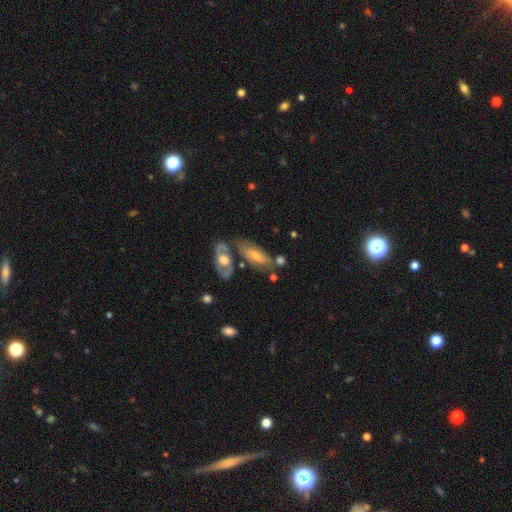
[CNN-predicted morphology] The model was most divided on "smooth or featured": featured or disk: 54%, smooth: 39%, star or artifact: 7%. More confident: edge-on disk — no (80%); merging — none (51%).